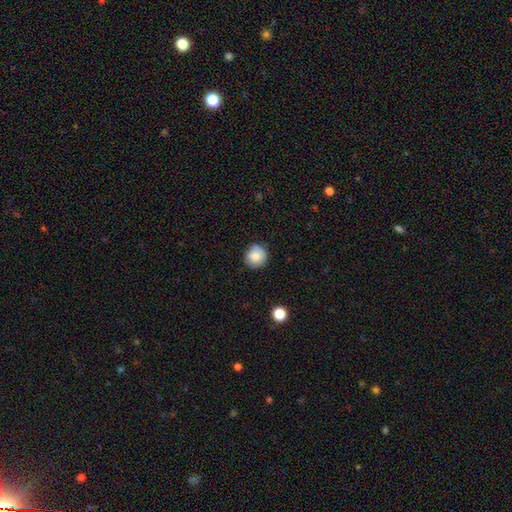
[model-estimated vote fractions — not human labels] Q: Smooth or featured?
A: smooth (85%); runner-up: star or artifact (9%)
Q: How rounded?
A: round (93%); runner-up: in between (7%)
Q: Merging?
A: none (84%); runner-up: minor disturbance (13%)